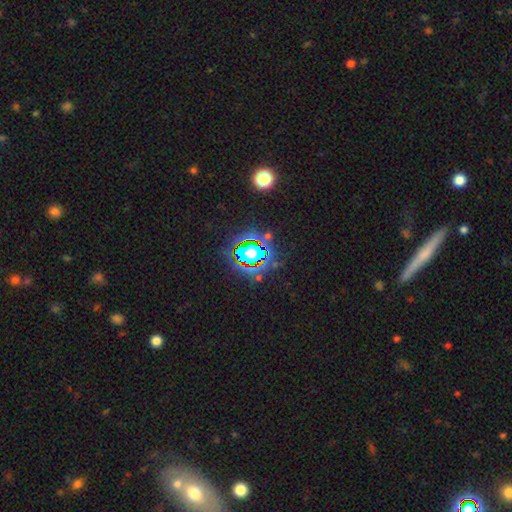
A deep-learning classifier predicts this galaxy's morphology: smooth_or_featured: star or artifact (p=0.78) [alt: smooth p=0.13]